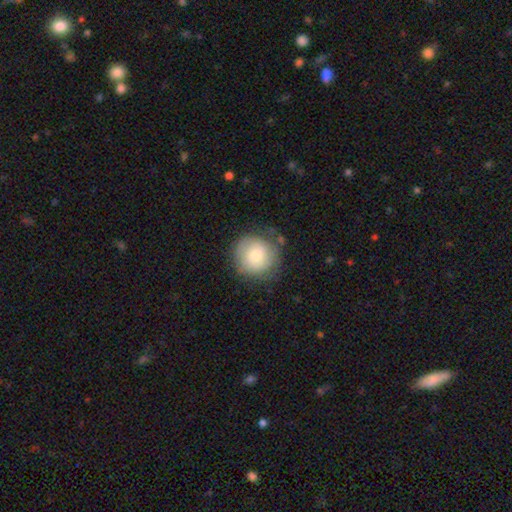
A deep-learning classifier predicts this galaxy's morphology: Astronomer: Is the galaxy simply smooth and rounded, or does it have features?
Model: smooth — 67%.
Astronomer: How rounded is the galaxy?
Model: round — 93%.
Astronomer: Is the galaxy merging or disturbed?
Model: none — 71%.